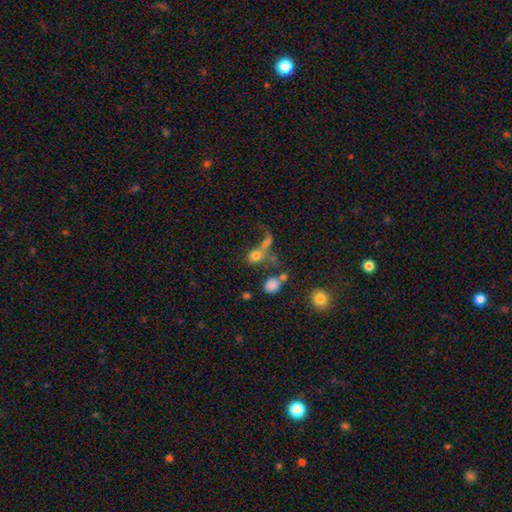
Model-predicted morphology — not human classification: Overall: smooth (66%). How rounded: round (57%; in between 39%). Merging: merger (45%; none 27%).